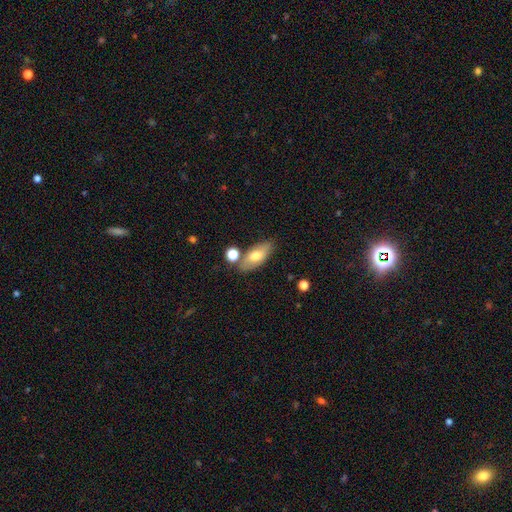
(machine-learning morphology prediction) Overall: smooth (68%). How rounded: in between (82%). Merging: none (74%).